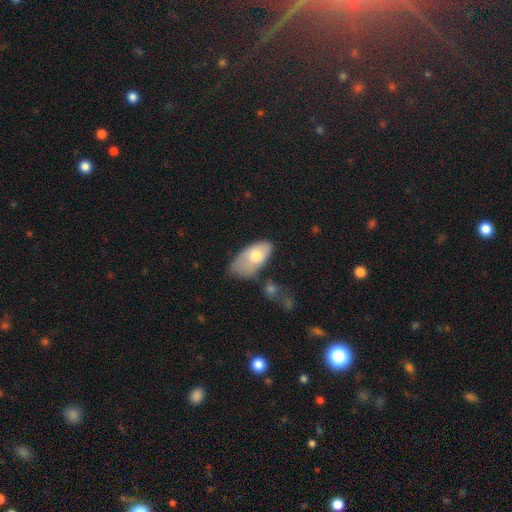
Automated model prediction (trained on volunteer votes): smooth 68%, featured or disk 26%, star or artifact 6%. Down the decision tree: how rounded — in between (93%); merging — minor disturbance (36%).